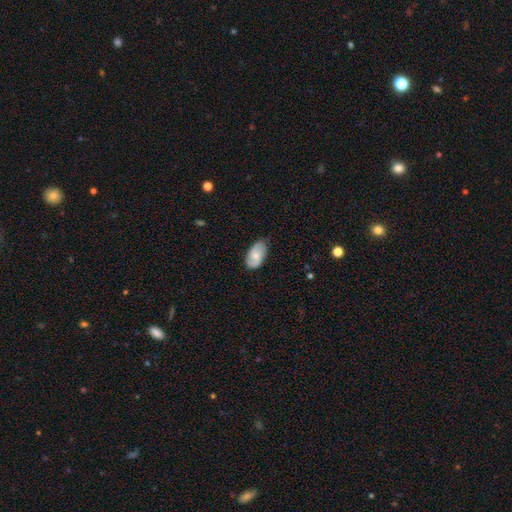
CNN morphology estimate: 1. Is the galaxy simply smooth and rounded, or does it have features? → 62% smooth, 32% featured or disk, 6% star or artifact.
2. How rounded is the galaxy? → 94% in between, 4% round, 2% cigar-shaped.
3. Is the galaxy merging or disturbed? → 66% none, 28% minor disturbance, 5% major disturbance, 1% merger.